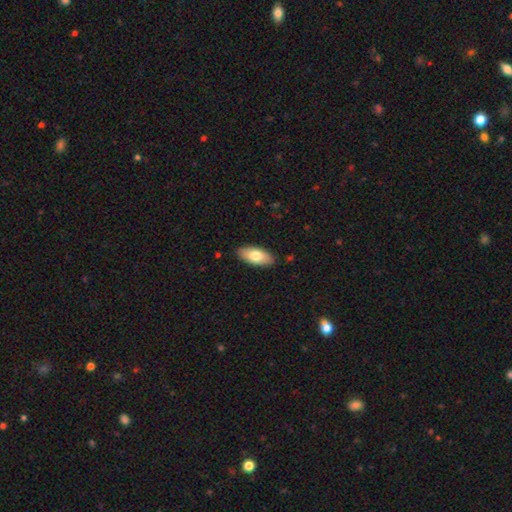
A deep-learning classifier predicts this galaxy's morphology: smooth 76%, featured or disk 19%, star or artifact 6%. Down the decision tree: how rounded — in between (88%); merging — none (88%).